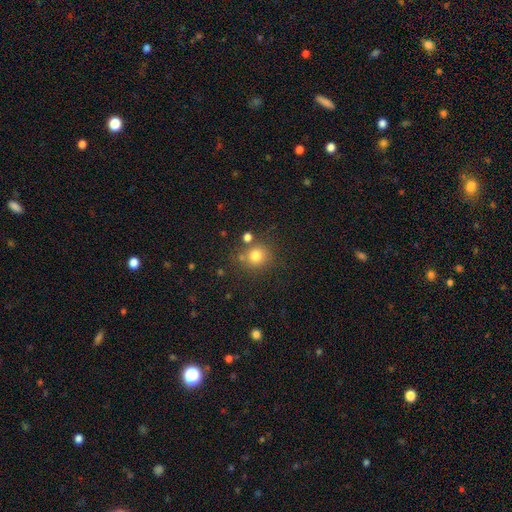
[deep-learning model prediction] smooth-or-featured: smooth: 78% | star or artifact: 14% | featured or disk: 8%
  how-rounded: round: 87% | in between: 12% | cigar-shaped: 1%
  merging: none: 73% | merger: 11% | minor disturbance: 11% | major disturbance: 4%